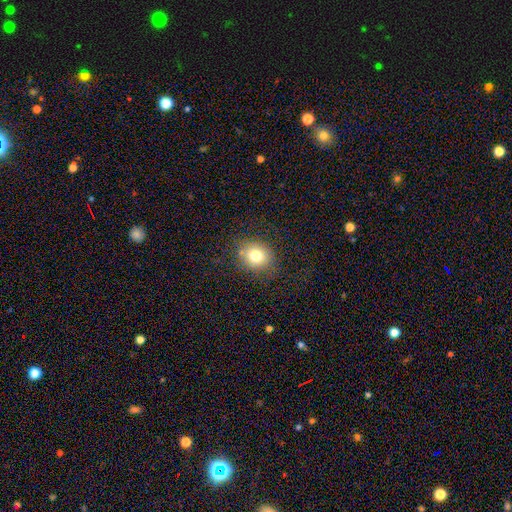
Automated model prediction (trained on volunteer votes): smooth 75%, star or artifact 13%, featured or disk 12%. Down the decision tree: how rounded — round (67%); merging — none (78%).